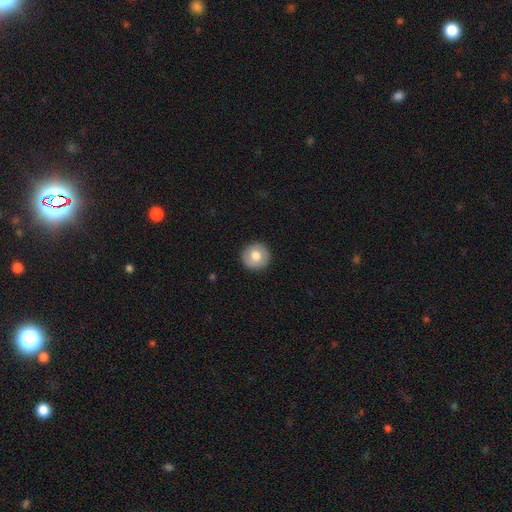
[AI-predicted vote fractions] smooth 75%, featured or disk 18%, star or artifact 7%. Down the decision tree: how rounded — round (94%); merging — none (91%).